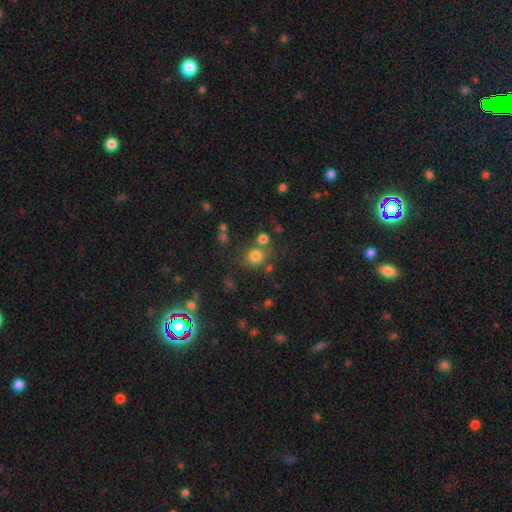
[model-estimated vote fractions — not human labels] Smooth or featured: smooth — 77% (star or artifact — 15%)
How rounded: round — 86% (in between — 13%)
Merging: none — 69% (merger — 16%)